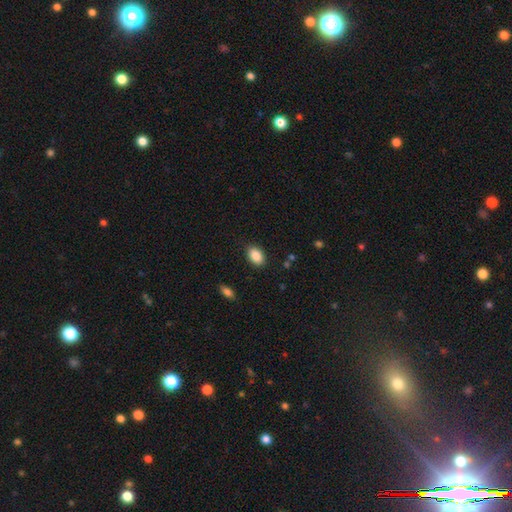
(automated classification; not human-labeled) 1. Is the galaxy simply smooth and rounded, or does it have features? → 88% smooth, 8% star or artifact, 4% featured or disk.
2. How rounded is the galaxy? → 88% in between, 11% round, 1% cigar-shaped.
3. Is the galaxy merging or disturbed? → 87% none, 10% minor disturbance, 3% major disturbance, 1% merger.